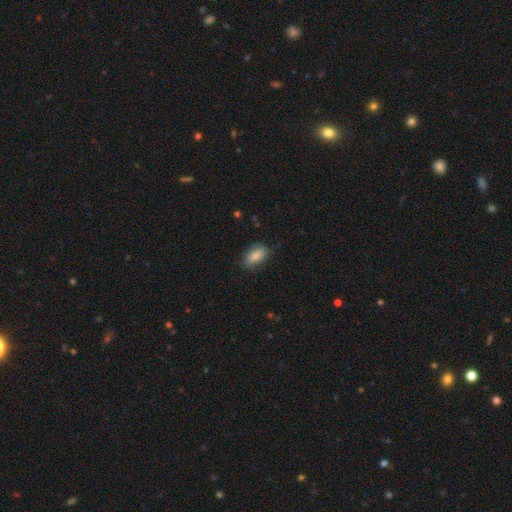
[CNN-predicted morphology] Smooth or featured? Predicted: smooth (p=0.83). How rounded? Predicted: in between (p=0.89). Merging? Predicted: none (p=0.76).